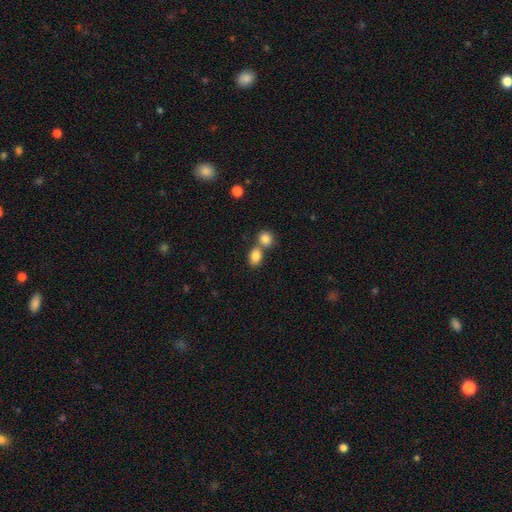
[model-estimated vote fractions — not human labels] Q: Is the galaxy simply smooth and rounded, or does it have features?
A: smooth — 83%.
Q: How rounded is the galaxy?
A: in between — 60%.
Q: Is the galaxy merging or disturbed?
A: merger — 46%.